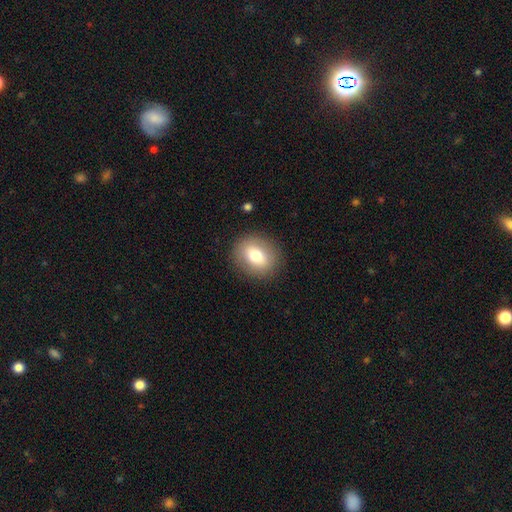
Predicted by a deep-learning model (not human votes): smooth 72%, featured or disk 19%, star or artifact 9%. Down the decision tree: how rounded — round (64%); merging — none (88%).